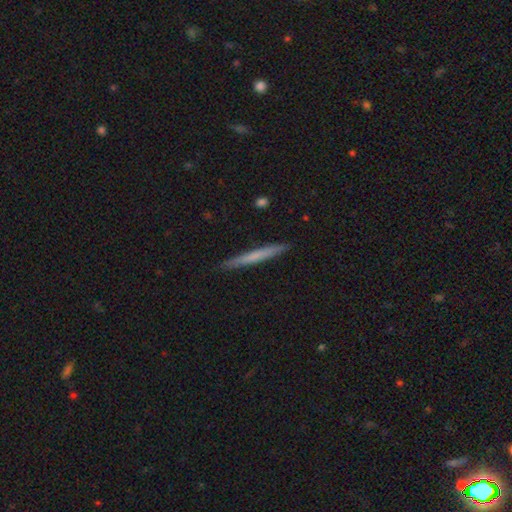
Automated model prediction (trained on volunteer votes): Morphology: type=smooth (60%); roundness=cigar-shaped (97%); merging=none (91%).